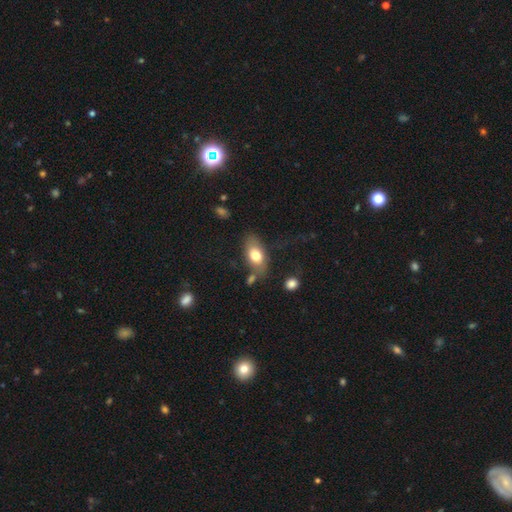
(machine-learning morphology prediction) A smooth galaxy with no disk features (73%) that is in between round and cigar-shaped (88%).

Vote fractions:
- Smooth or featured? smooth: 73% / featured or disk: 20% / star or artifact: 7%
- How rounded? in between: 88% / round: 7% / cigar-shaped: 5%
- Merging? none: 66% / minor disturbance: 19% / major disturbance: 8% / merger: 7%